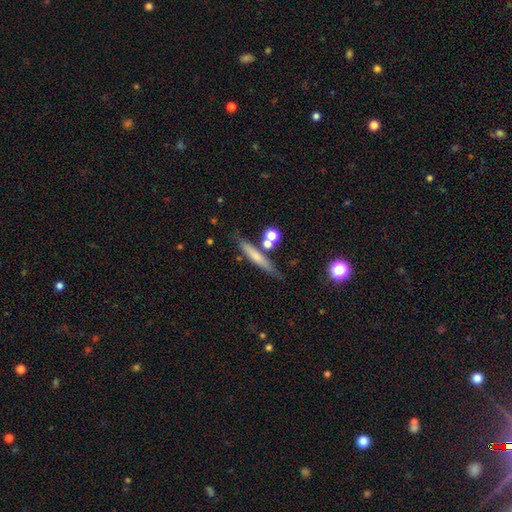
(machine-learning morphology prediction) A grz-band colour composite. It shows a smooth galaxy with no disk features (58%) that is cigar-shaped (88%). Merging: none (71%).